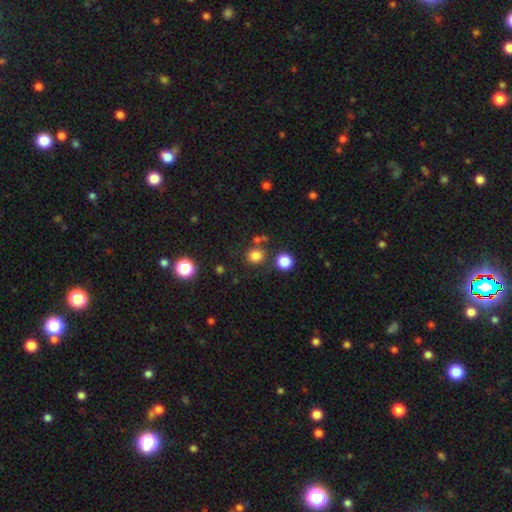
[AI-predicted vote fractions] Overall: smooth (79%). How rounded: round (82%). Merging: none (76%).